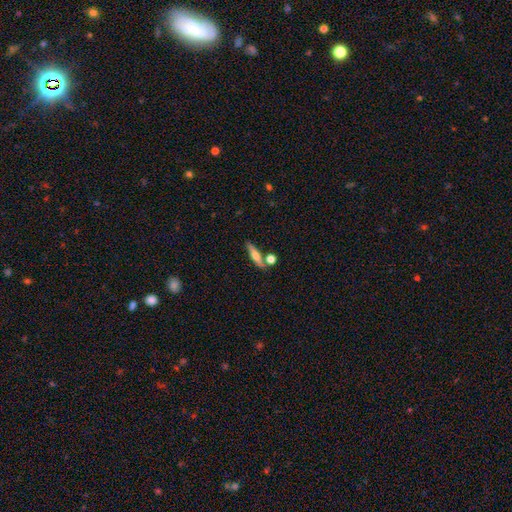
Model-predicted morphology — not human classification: Smooth or featured?
  - smooth: 48% *
  - featured or disk: 45%
  - star or artifact: 7%
Merging?
  - none: 72% *
  - merger: 14%
  - minor disturbance: 11%
  - major disturbance: 3%